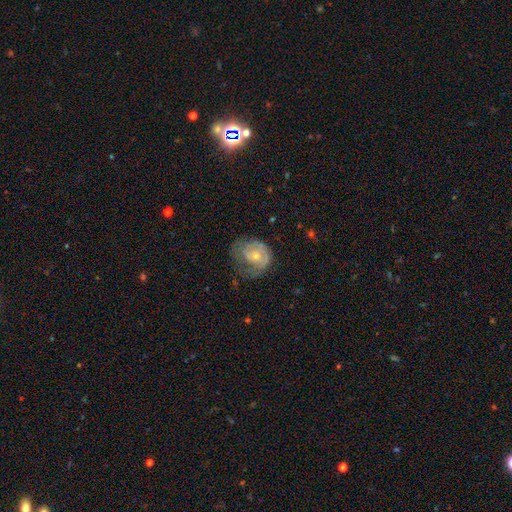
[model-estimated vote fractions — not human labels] Smooth or featured? featured or disk (61%)
Edge-on disk? no (97%)
Bar? no (76%)
Spiral arms? yes (73%)
Bulge size? small (53%)
Merging? none (45%)